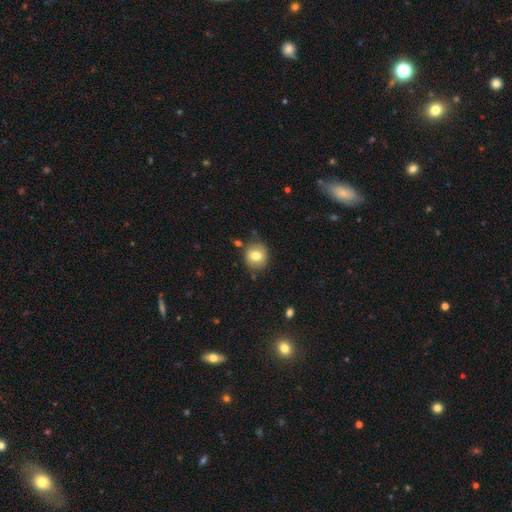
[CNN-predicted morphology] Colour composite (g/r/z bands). It shows a smooth galaxy with no disk features (77%) that is round (85%). Merging: none (81%).